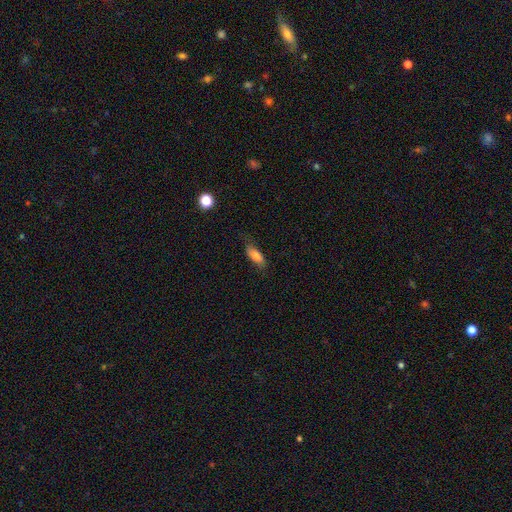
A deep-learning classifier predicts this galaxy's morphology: A smooth galaxy with no disk features (78%) that is in between round and cigar-shaped (76%).

Vote fractions:
- Smooth or featured? smooth: 78% / featured or disk: 14% / star or artifact: 7%
- How rounded? in between: 76% / cigar-shaped: 22% / round: 3%
- Merging? none: 71% / minor disturbance: 22% / major disturbance: 6% / merger: 1%